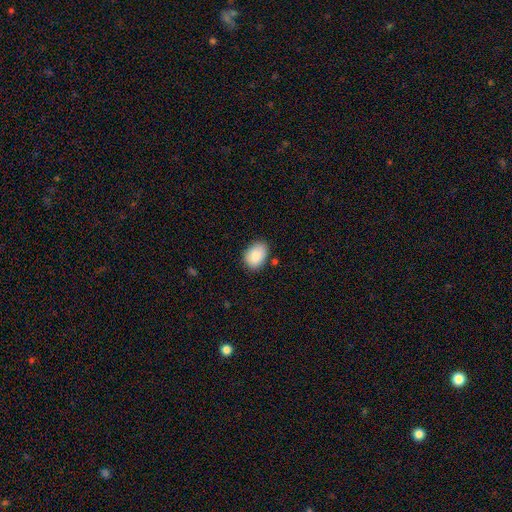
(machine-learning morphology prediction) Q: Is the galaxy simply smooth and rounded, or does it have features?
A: smooth — 88%.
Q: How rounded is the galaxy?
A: in between — 77%.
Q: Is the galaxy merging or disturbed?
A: none — 77%.